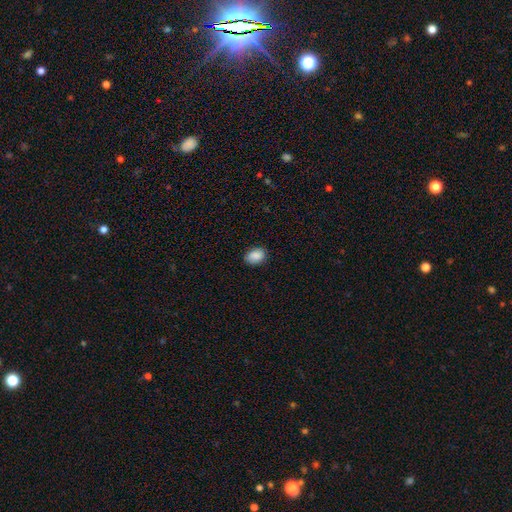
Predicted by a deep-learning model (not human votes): smooth_or_featured: smooth (p=0.89) [alt: star or artifact p=0.07]
how_rounded: in between (p=0.76) [alt: round p=0.23]
merging: none (p=0.85) [alt: minor disturbance p=0.12]